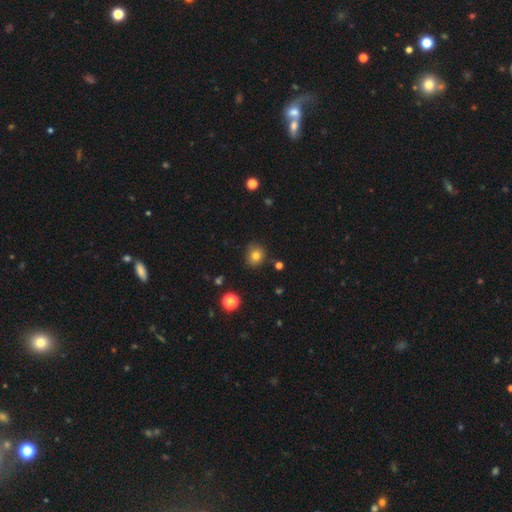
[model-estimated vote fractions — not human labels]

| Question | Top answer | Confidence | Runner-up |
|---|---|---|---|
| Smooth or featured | smooth | 79% | star or artifact (13%) |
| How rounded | round | 84% | in between (15%) |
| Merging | none | 85% | minor disturbance (10%) |